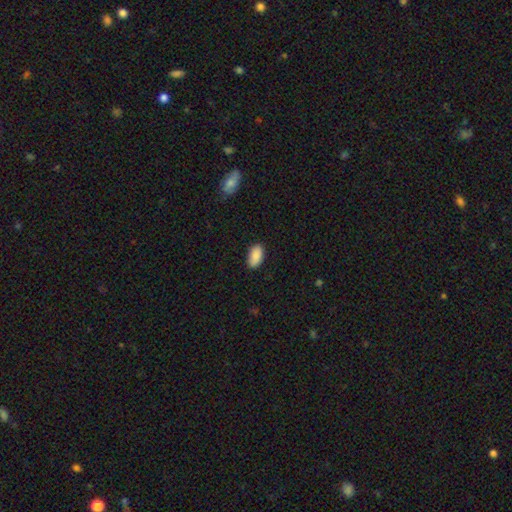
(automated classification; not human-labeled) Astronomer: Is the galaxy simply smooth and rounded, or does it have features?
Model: smooth — 90%.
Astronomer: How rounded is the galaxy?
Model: in between — 95%.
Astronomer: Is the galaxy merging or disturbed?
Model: none — 87%.